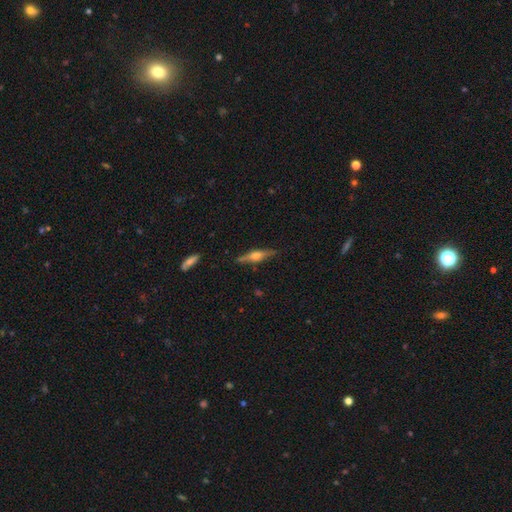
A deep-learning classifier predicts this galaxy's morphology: Overall: featured or disk (68%). Edge-on disk: yes (96%). Edge-on bulge: rounded (89%). Merging: none (86%).